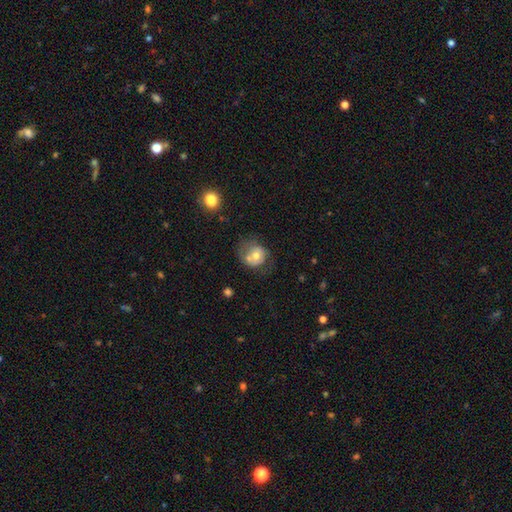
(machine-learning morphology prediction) A smooth galaxy with no disk features (55%) that is round (73%).

Vote fractions:
- Smooth or featured? smooth: 55% / featured or disk: 37% / star or artifact: 8%
- How rounded? round: 73% / in between: 26% / cigar-shaped: 1%
- Merging? none: 38% / minor disturbance: 24% / major disturbance: 22% / merger: 15%